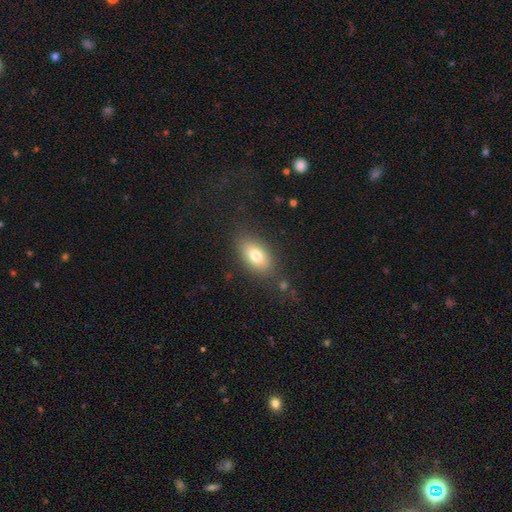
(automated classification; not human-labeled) This appears to be a smooth galaxy with no disk features (77%) that is in between round and cigar-shaped (88%). Merging: none (80%).